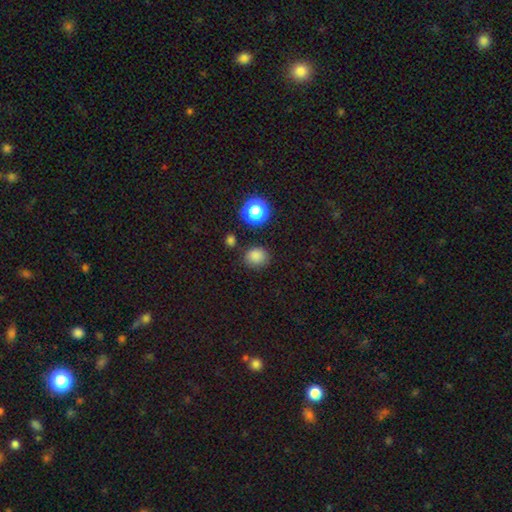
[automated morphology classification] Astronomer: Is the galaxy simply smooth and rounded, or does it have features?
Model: smooth — 81%.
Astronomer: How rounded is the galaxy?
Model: round — 71%.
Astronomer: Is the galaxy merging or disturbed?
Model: none — 80%.